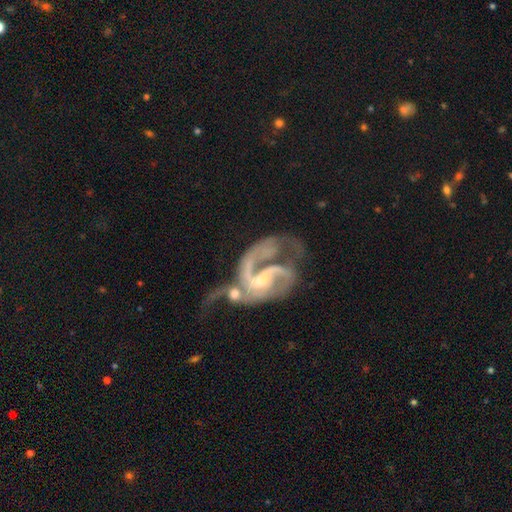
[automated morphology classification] featured or disk 85%, star or artifact 8%, smooth 7%. Down the decision tree: edge-on disk — no (98%); bar — weak (45%); spiral arms — yes (90%); spiral arm count — 2 (65%); spiral winding — medium (44%); bulge size — small (43%); merging — merger (35%).